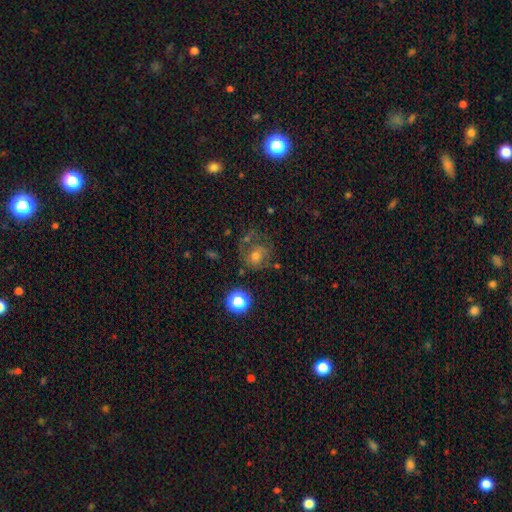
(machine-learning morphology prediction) Smooth or featured? Predicted: smooth (p=0.51). How rounded? Predicted: round (p=0.78). Merging? Predicted: none (p=0.49).